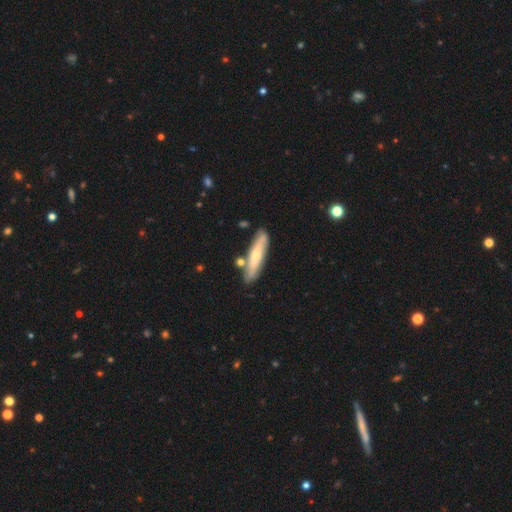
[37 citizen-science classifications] Morphology: type=smooth (68%); roundness=cigar-shaped (88%); merging=none (83%).